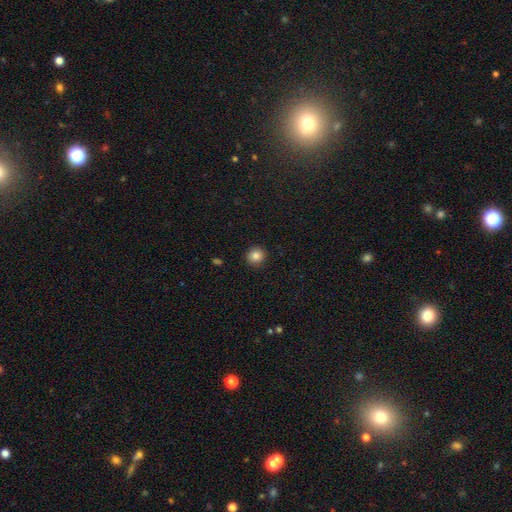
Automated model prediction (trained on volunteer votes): This appears to be a smooth galaxy with no disk features (85%) that is round (91%). Merging: none (92%).